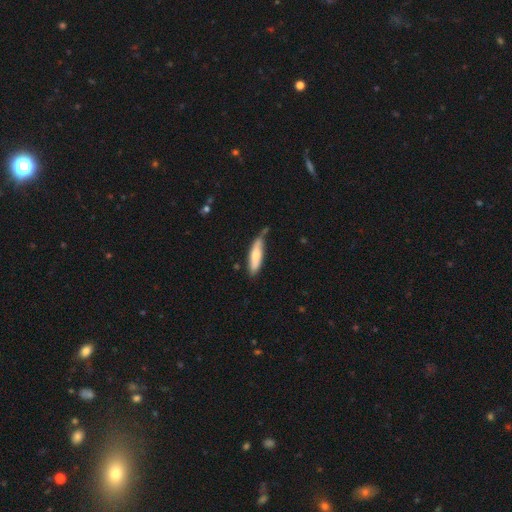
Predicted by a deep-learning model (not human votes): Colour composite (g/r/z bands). It shows a smooth galaxy with no disk features (68%) that is cigar-shaped (67%). Merging: none (57%).